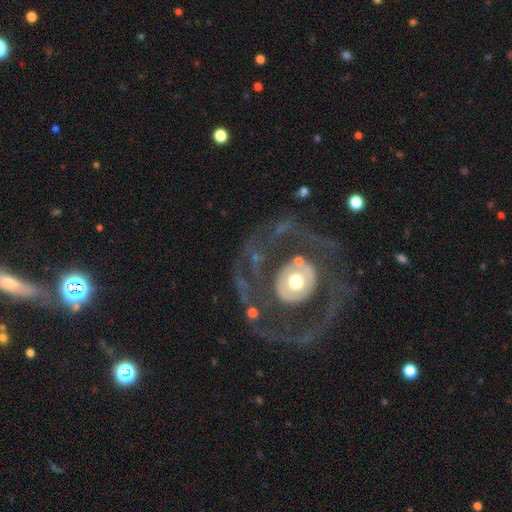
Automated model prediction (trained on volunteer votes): A featured or disk galaxy (76%) with no bar (78%), no spiral arms (57%) and a moderate central bulge (57%).

Vote fractions:
- Smooth or featured? featured or disk: 76% / smooth: 18% / star or artifact: 7%
- Edge-on disk? no: 96% / yes: 4%
- Bar? no: 78% / weak: 14% / strong: 8%
- Spiral arms? no: 57% / yes: 43%
- Bulge size? moderate: 57% / small: 21% / large: 18% / dominant: 3% / none: 2%
- Merging? none: 72% / major disturbance: 14% / minor disturbance: 12% / merger: 2%